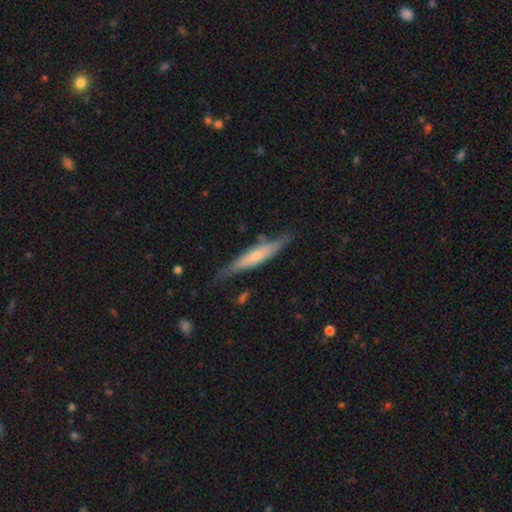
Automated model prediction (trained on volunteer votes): Smooth or featured: featured or disk — 51% (smooth — 44%)
Edge-on disk: yes — 86% (no — 14%)
Merging: none — 75% (minor disturbance — 19%)